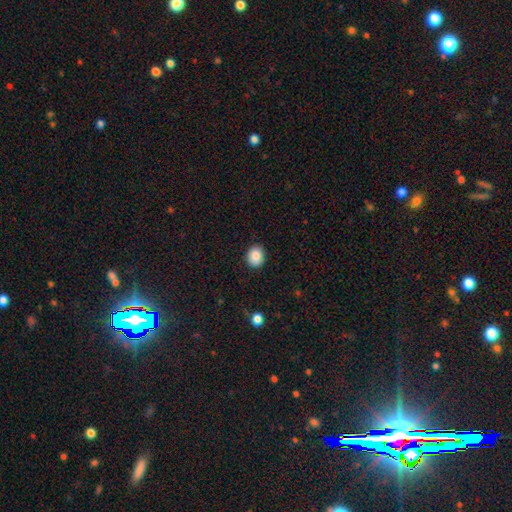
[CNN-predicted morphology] type=smooth (86%); roundness=round (66%); merging=none (87%).